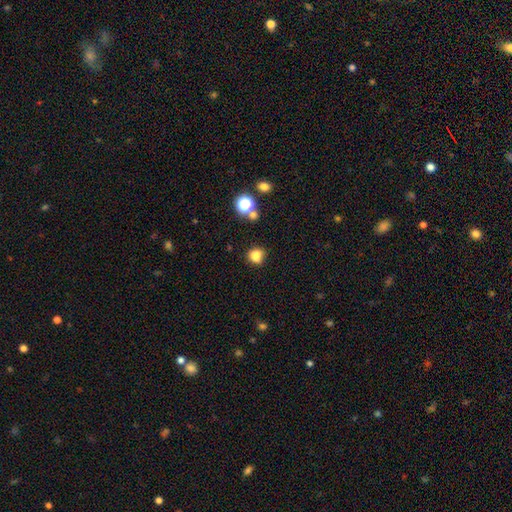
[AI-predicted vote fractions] A smooth galaxy with no disk features (80%) that is round (69%).

Vote fractions:
- Smooth or featured? smooth: 80% / star or artifact: 14% / featured or disk: 6%
- How rounded? round: 69% / in between: 30% / cigar-shaped: 1%
- Merging? none: 68% / minor disturbance: 16% / merger: 10% / major disturbance: 5%